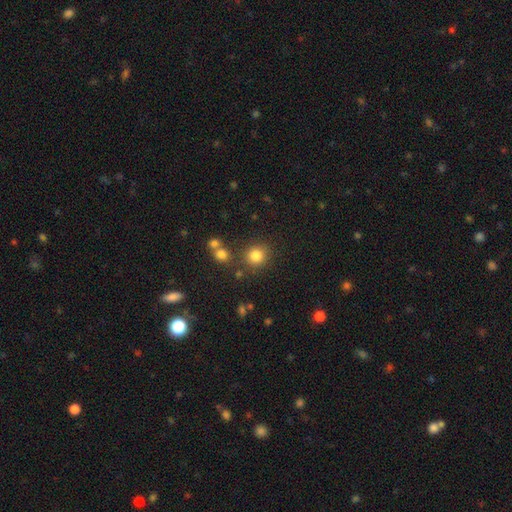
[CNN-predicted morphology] The model was most divided on "smooth or featured": smooth: 82%, star or artifact: 13%, featured or disk: 6%. More confident: how rounded — round (89%); merging — none (79%).